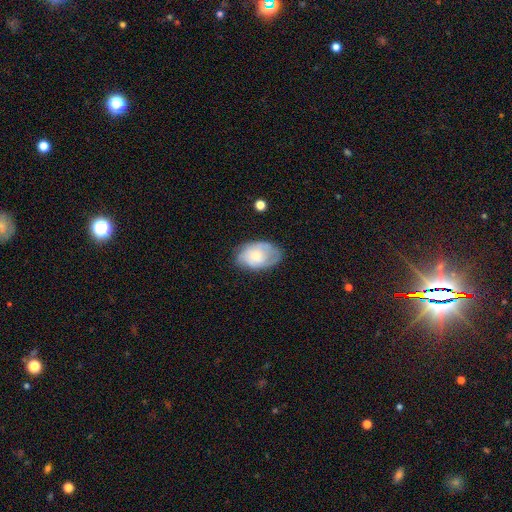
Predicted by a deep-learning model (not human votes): smooth_or_featured: smooth (p=0.54) [alt: featured or disk p=0.39]
how_rounded: in between (p=0.87) [alt: round p=0.12]
merging: none (p=0.63) [alt: minor disturbance p=0.26]